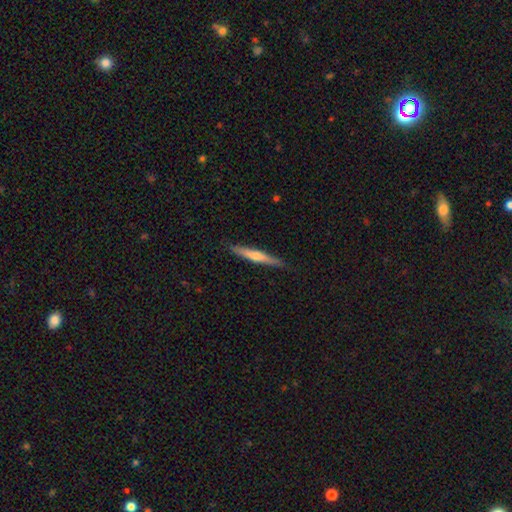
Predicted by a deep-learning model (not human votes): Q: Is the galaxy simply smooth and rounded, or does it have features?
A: featured or disk — 55%.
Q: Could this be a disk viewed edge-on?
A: yes — 97%.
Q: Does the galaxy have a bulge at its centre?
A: rounded — 72%.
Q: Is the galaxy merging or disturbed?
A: none — 90%.